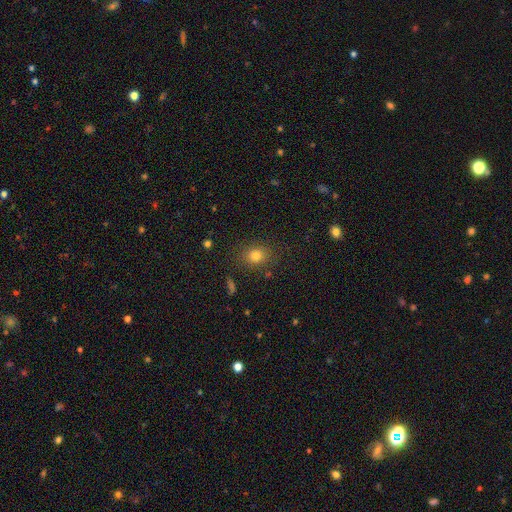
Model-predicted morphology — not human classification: Overall: smooth (80%). How rounded: round (57%; in between 42%). Merging: none (83%).